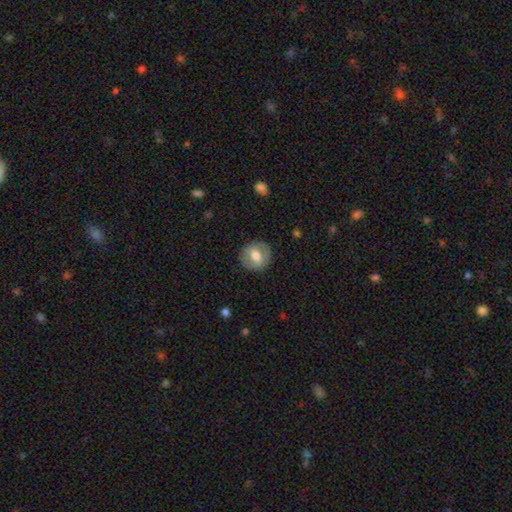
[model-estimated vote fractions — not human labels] Smooth or featured? smooth (57%)
How rounded? round (82%)
Merging? none (86%)